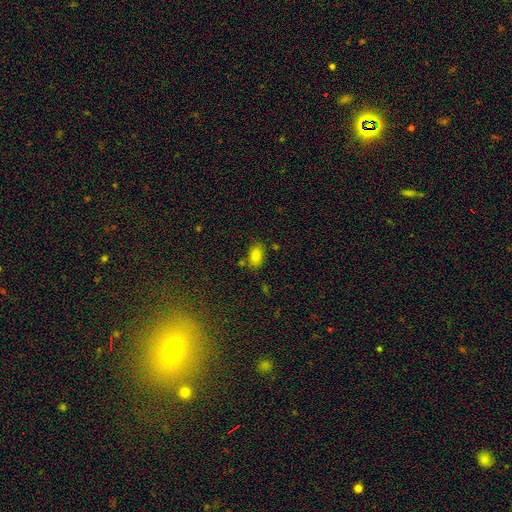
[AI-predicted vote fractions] A smooth galaxy with no disk features (83%) that is in between round and cigar-shaped (88%). Merging: none (75%).